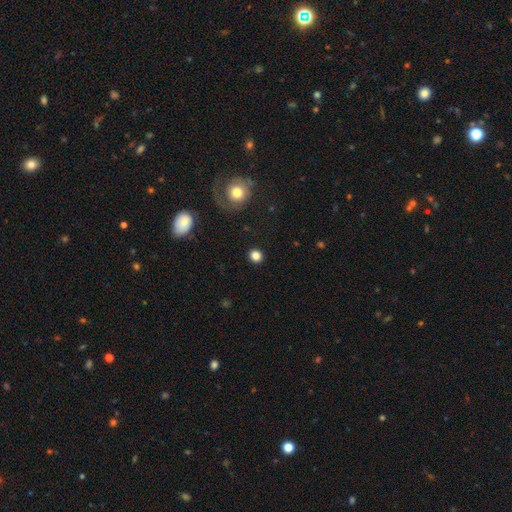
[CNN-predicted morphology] This appears to be a smooth galaxy with no disk features (84%) that is round (87%). Merging: none (91%).